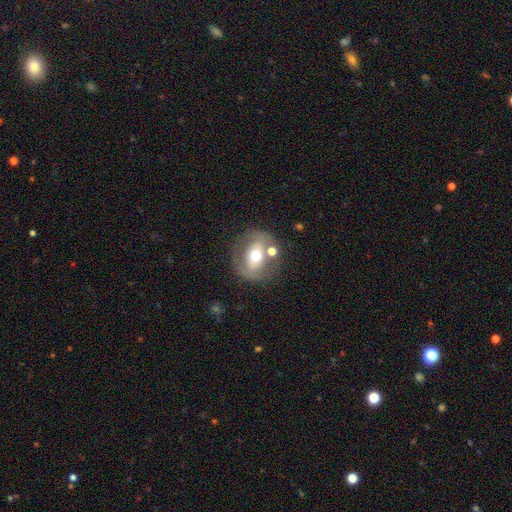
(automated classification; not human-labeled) featured or disk 52%, smooth 39%, star or artifact 9%. Down the decision tree: edge-on disk — no (93%); merging — none (67%).